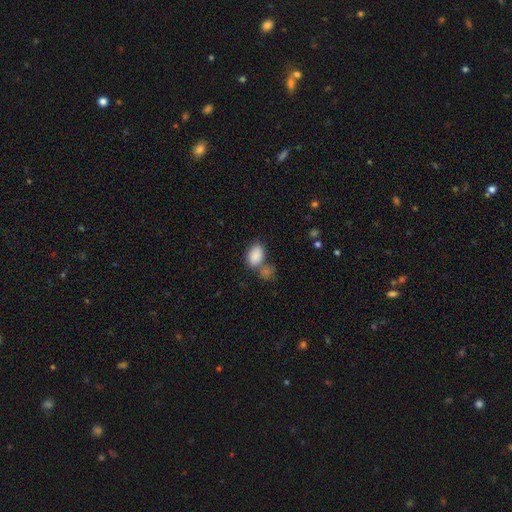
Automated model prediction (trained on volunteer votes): This is clearly a smooth galaxy (87%). How rounded: clearly in between (89%). Merging: possibly none (50%).